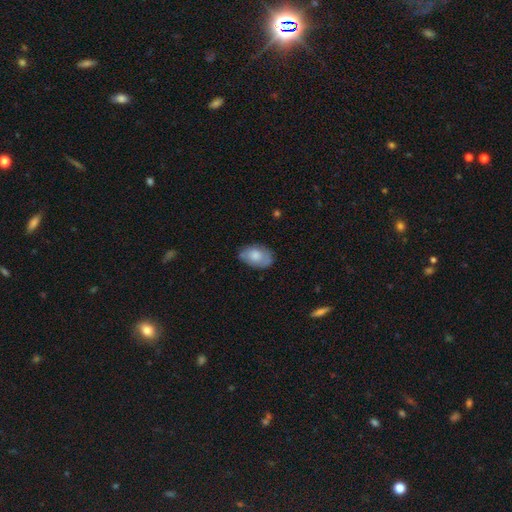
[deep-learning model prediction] Overall: smooth (72%). How rounded: in between (89%). Merging: none (70%).